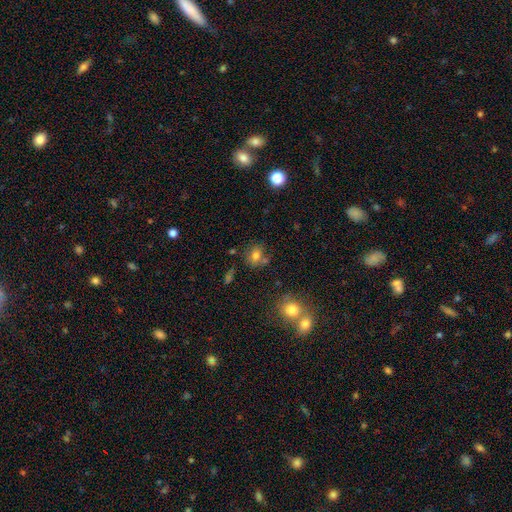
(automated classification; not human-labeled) A smooth galaxy with no disk features (76%) that is round (57%).

Vote fractions:
- Smooth or featured? smooth: 76% / star or artifact: 13% / featured or disk: 10%
- How rounded? round: 57% / in between: 42% / cigar-shaped: 1%
- Merging? none: 65% / merger: 17% / minor disturbance: 14% / major disturbance: 4%